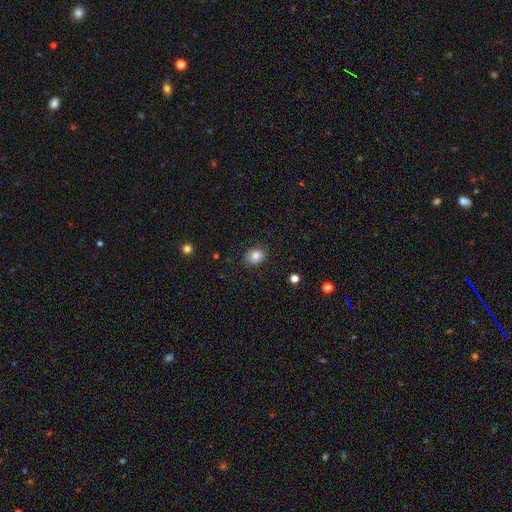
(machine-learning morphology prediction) type=smooth (83%); roundness=round (50%); merging=none (80%).